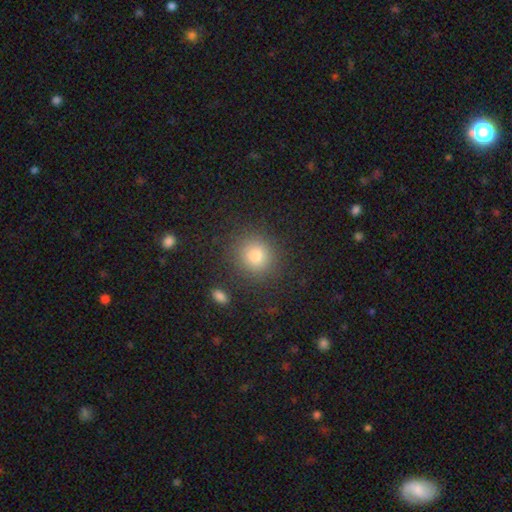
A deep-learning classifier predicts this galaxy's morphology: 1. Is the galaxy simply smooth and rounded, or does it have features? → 80% smooth, 12% star or artifact, 7% featured or disk.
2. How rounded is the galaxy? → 87% round, 12% in between, 1% cigar-shaped.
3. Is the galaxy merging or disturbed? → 87% none, 8% minor disturbance, 3% major disturbance, 2% merger.